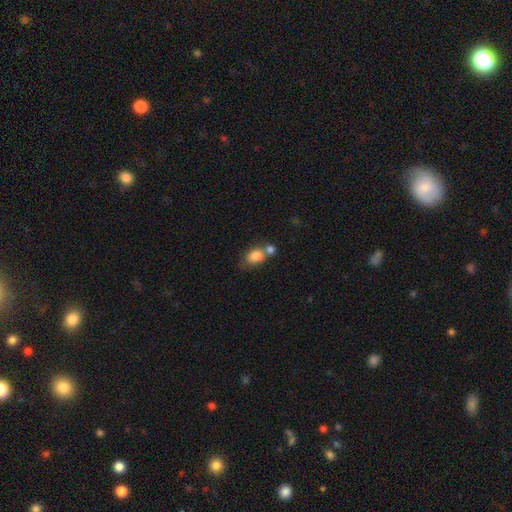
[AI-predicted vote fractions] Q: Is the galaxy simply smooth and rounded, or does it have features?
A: smooth — 82%.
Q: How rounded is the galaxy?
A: in between — 74%.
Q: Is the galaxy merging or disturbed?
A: merger — 43%.